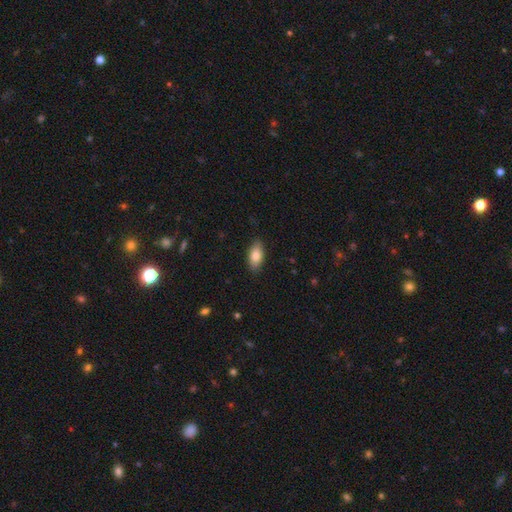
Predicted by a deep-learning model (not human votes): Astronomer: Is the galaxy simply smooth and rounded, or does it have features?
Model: smooth — 82%.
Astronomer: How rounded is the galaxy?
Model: in between — 90%.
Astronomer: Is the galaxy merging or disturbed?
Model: none — 86%.